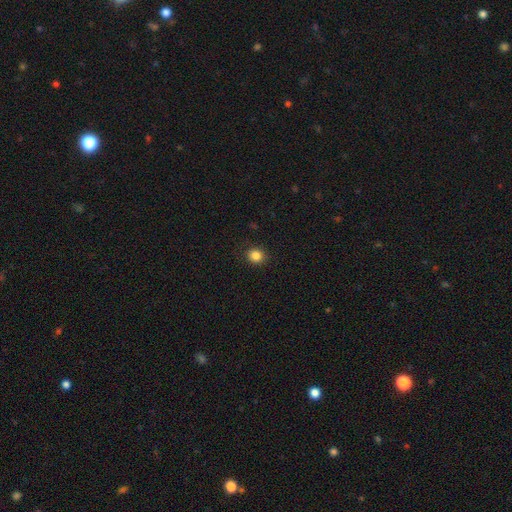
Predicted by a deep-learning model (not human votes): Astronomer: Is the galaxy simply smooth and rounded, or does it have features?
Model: smooth — 85%.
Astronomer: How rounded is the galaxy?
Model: round — 84%.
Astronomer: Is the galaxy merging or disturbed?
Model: none — 90%.